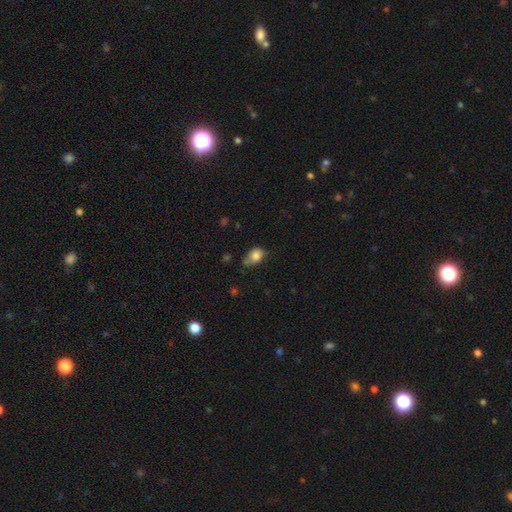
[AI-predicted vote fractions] Smooth or featured? Predicted: smooth (p=0.81). How rounded? Predicted: in between (p=0.72). Merging? Predicted: none (p=0.46).